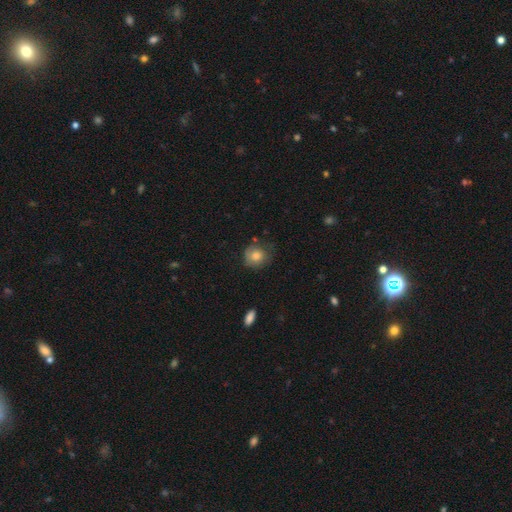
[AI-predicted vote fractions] Overall: smooth (75%). How rounded: round (83%). Merging: none (66%).